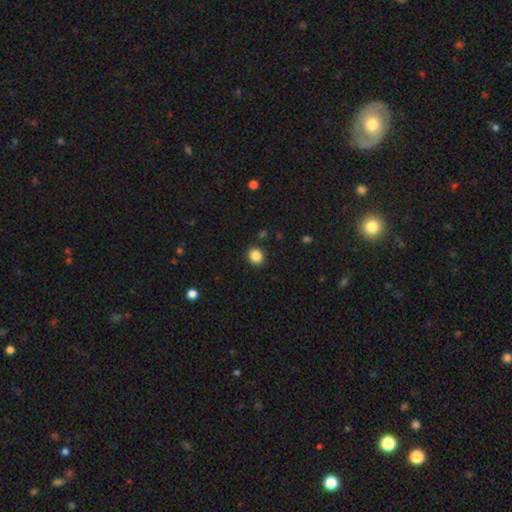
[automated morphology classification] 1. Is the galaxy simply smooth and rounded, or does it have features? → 87% smooth, 10% star or artifact, 3% featured or disk.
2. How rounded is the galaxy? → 83% round, 16% in between, 1% cigar-shaped.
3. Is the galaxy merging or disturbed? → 91% none, 6% minor disturbance, 2% major disturbance, 1% merger.